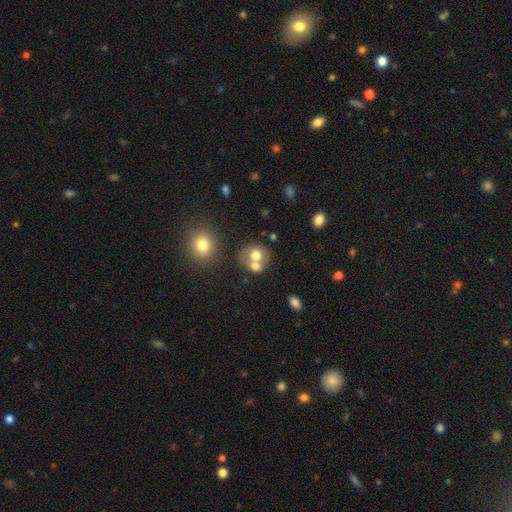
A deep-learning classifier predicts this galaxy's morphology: smooth-or-featured: smooth: 69% | featured or disk: 21% | star or artifact: 11%
  how-rounded: round: 76% | in between: 23% | cigar-shaped: 1%
  merging: merger: 49% | none: 39% | minor disturbance: 8% | major disturbance: 4%